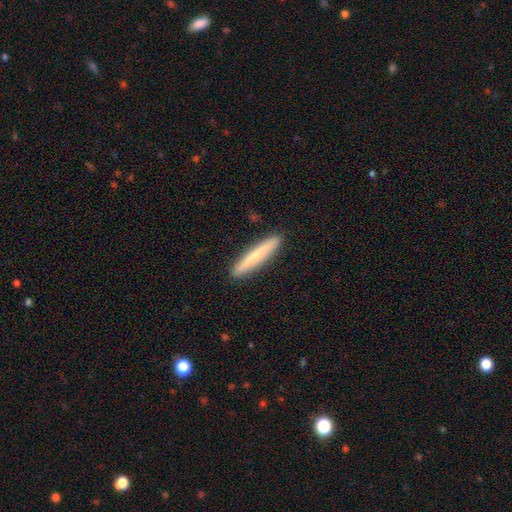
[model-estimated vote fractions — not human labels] This appears to be a smooth galaxy with no disk features (69%) that is cigar-shaped (94%). Merging: none (92%).